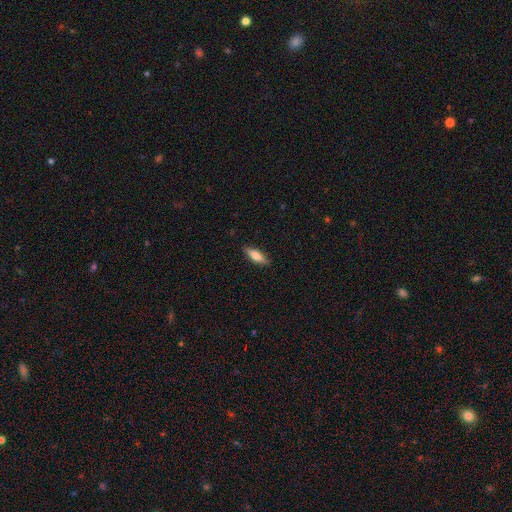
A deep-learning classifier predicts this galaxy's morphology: A smooth galaxy with no disk features (71%) that is cigar-shaped (51%). Merging: none (87%).